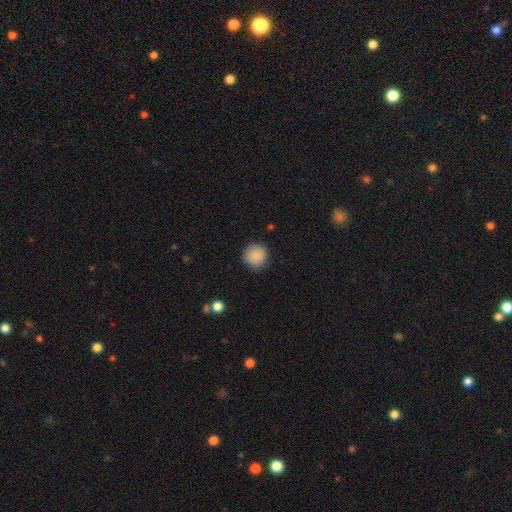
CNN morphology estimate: The model was most divided on "merging": none: 87%, minor disturbance: 9%, major disturbance: 2%, merger: 1%. More confident: how rounded — round (94%); smooth or featured — smooth (86%).